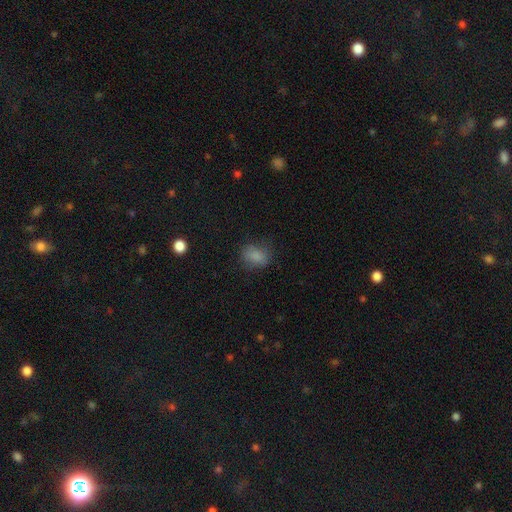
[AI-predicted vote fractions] smooth-or-featured: smooth: 82% | star or artifact: 11% | featured or disk: 8%
  how-rounded: in between: 61% | round: 38% | cigar-shaped: 1%
  merging: none: 70% | minor disturbance: 21% | major disturbance: 8% | merger: 1%